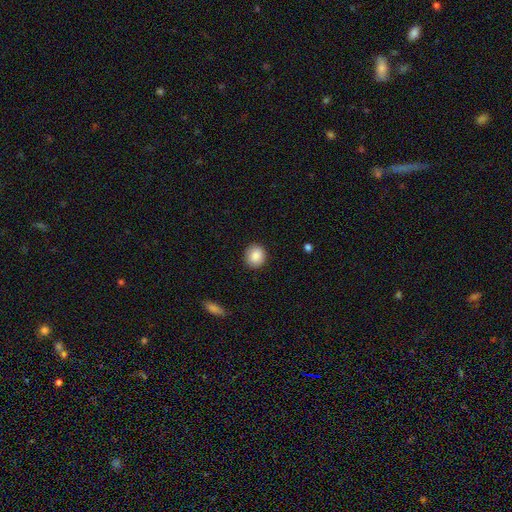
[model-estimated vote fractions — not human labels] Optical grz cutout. It shows a smooth galaxy with no disk features (88%) that is round (82%). Merging: none (90%).